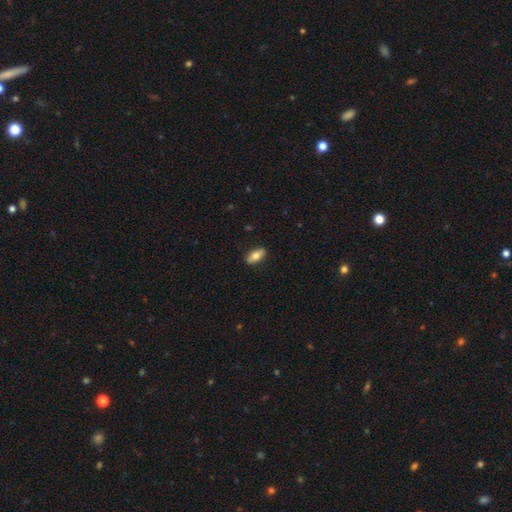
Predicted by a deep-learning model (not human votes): Overall: smooth (76%). How rounded: in between (83%). Merging: none (89%).